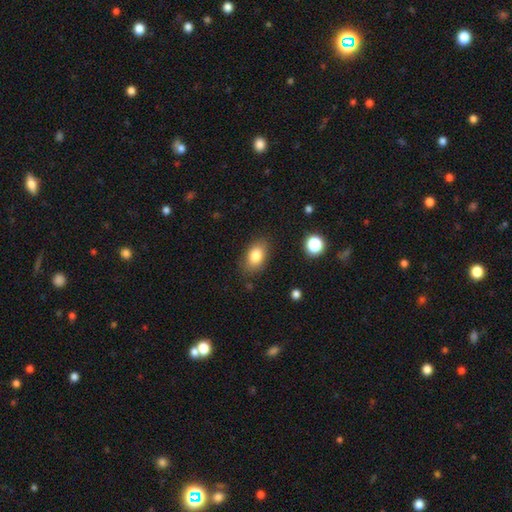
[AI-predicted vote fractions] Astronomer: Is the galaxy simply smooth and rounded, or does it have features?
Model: smooth — 82%.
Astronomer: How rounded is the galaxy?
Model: in between — 84%.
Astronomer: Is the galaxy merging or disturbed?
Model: none — 83%.